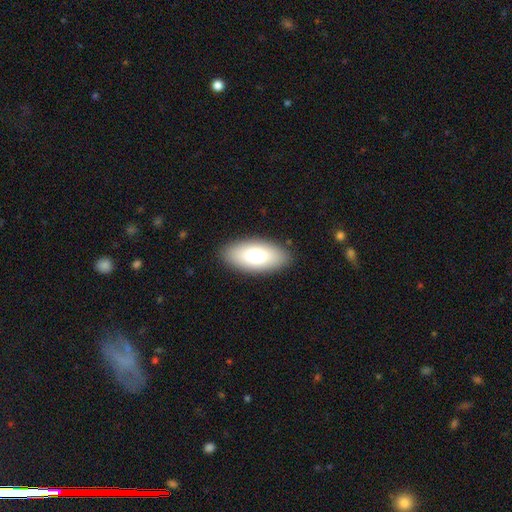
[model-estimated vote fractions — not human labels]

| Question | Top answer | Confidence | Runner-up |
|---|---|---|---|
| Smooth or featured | smooth | 77% | featured or disk (16%) |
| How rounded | in between | 92% | cigar-shaped (6%) |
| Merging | none | 88% | minor disturbance (8%) |